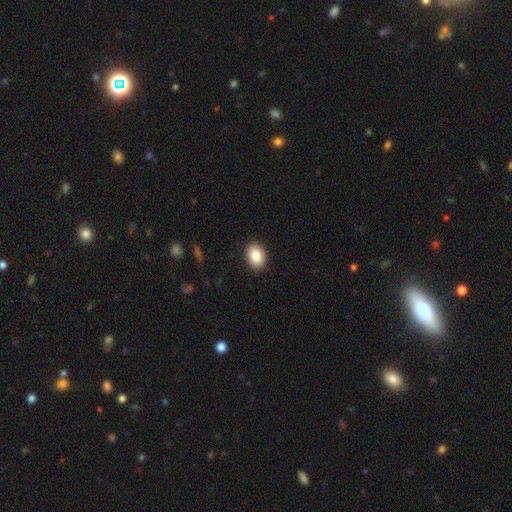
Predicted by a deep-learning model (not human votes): Morphology: type=smooth (86%); roundness=in between (77%); merging=none (90%).